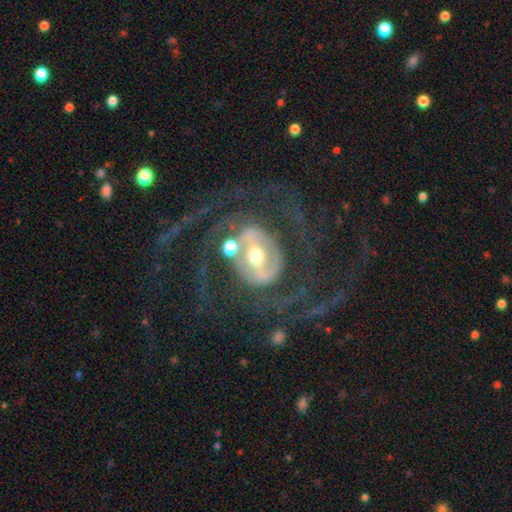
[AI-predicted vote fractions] This is clearly a featured or disk galaxy (89%). It is clearly not viewed edge-on (97%). Bar: marginally no (36%). Spiral arm pattern: clearly yes (93%). Spiral arm count: possibly 2 (57%). Spiral winding: possibly medium (48%). Central bulge: possibly moderate (52%). Merging: possibly none (58%).